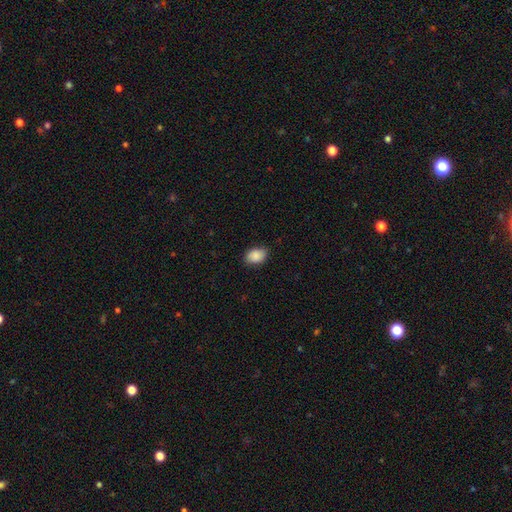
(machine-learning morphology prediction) type=smooth (88%); roundness=in between (80%); merging=none (84%).